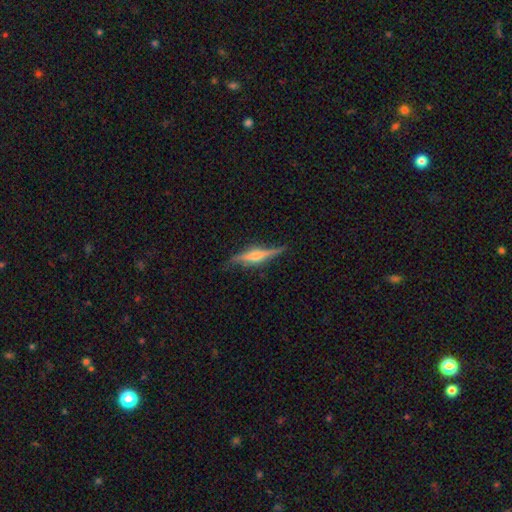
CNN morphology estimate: Smooth or featured?
  - featured or disk: 73% *
  - smooth: 20%
  - star or artifact: 6%
Edge-on disk?
  - yes: 96% *
  - no: 4%
Edge-on bulge?
  - rounded: 77% *
  - boxy: 16%
  - none: 7%
Merging?
  - none: 81% *
  - minor disturbance: 14%
  - major disturbance: 3%
  - merger: 1%